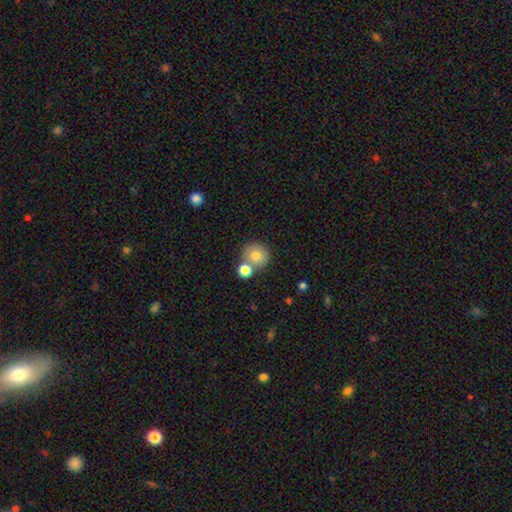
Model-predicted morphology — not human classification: Smooth or featured: smooth — 79% (featured or disk — 11%)
How rounded: round — 86% (in between — 13%)
Merging: none — 57% (merger — 31%)